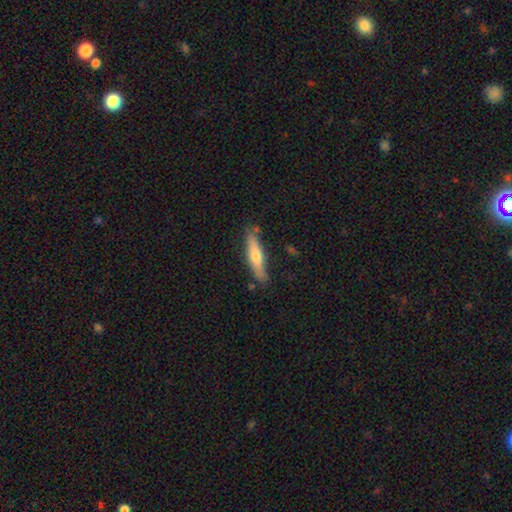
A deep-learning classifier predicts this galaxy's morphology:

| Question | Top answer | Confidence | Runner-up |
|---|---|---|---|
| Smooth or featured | smooth | 53% | featured or disk (41%) |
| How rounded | cigar-shaped | 82% | in between (16%) |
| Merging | none | 80% | minor disturbance (14%) |